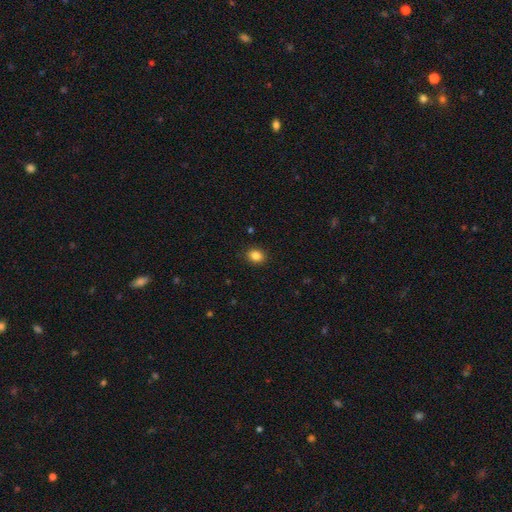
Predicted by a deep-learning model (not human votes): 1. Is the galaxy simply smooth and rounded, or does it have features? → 85% smooth, 10% star or artifact, 5% featured or disk.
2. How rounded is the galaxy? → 54% round, 45% in between, 1% cigar-shaped.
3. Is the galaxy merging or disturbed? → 90% none, 7% minor disturbance, 2% major disturbance, 1% merger.